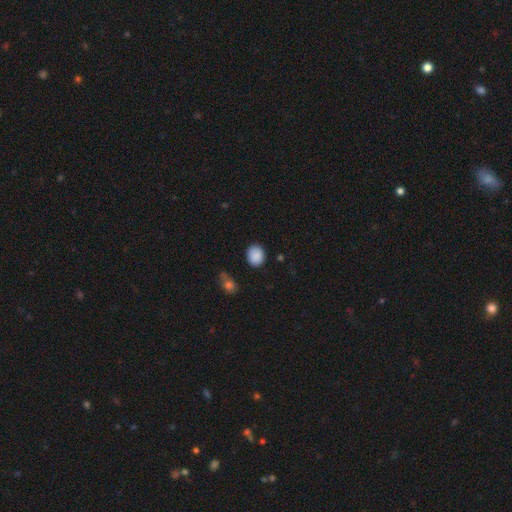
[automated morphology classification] Overall: smooth (89%). How rounded: round (70%; in between 30%). Merging: none (84%).